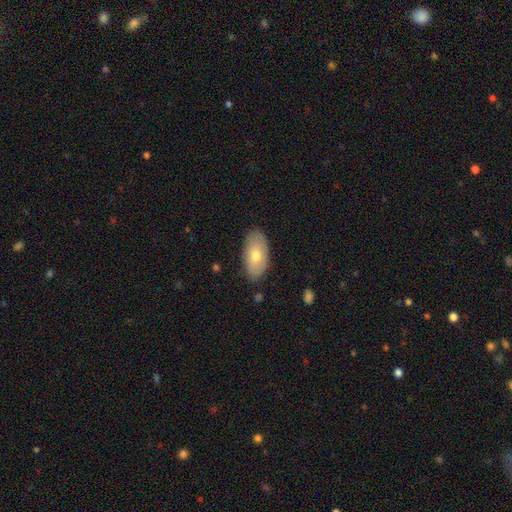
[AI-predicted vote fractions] Smooth or featured? smooth (61%)
How rounded? in between (93%)
Merging? none (80%)